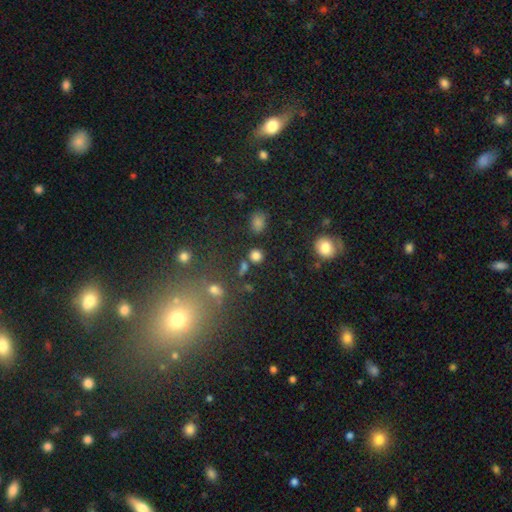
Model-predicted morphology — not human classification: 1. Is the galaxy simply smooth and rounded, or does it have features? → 79% smooth, 16% star or artifact, 5% featured or disk.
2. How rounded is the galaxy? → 82% round, 17% in between, 1% cigar-shaped.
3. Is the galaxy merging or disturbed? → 76% none, 10% merger, 10% minor disturbance, 4% major disturbance.